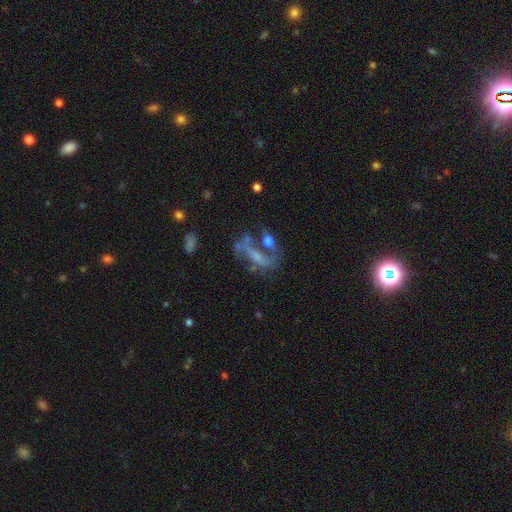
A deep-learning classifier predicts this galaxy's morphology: smooth-or-featured: featured or disk: 60% | smooth: 22% | star or artifact: 17%
  disk-edge-on: no: 88% | yes: 12%
    bar: no: 48% | weak: 29% | strong: 23%
    has-spiral-arms: yes: 51% | no: 49%
    bulge-size: none: 41% | small: 30% | moderate: 22% | large: 5% | dominant: 2%
  merging: none: 33% | major disturbance: 28% | merger: 23% | minor disturbance: 15%